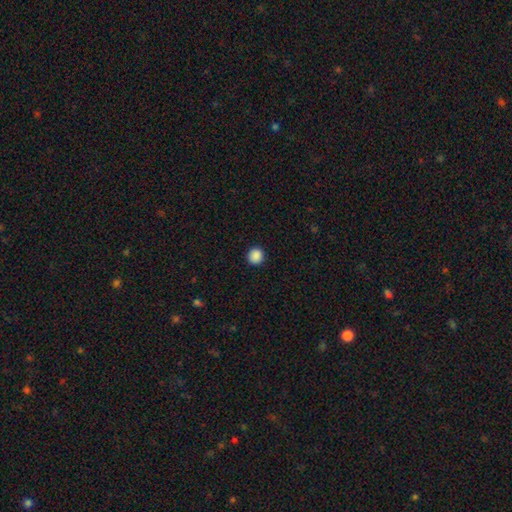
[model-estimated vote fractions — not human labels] The model was most divided on "smooth or featured": smooth: 88%, star or artifact: 9%, featured or disk: 2%. More confident: merging — none (92%); how rounded — round (92%).